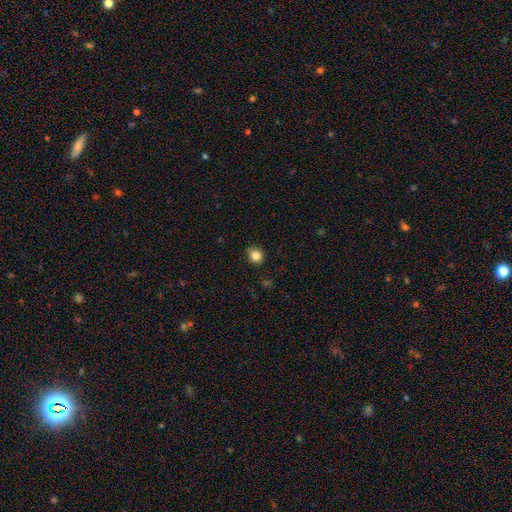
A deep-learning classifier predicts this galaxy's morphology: A smooth galaxy with no disk features (84%) that is round (80%). Merging: none (82%).